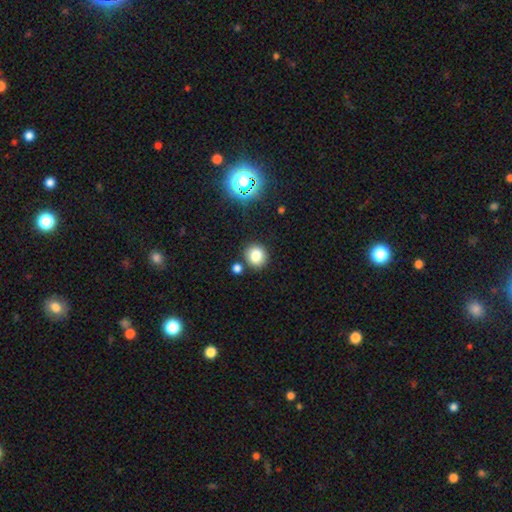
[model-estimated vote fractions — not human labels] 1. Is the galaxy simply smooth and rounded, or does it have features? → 80% smooth, 13% star or artifact, 7% featured or disk.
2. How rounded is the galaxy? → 85% round, 14% in between, 1% cigar-shaped.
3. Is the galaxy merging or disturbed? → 80% none, 9% minor disturbance, 8% merger, 3% major disturbance.